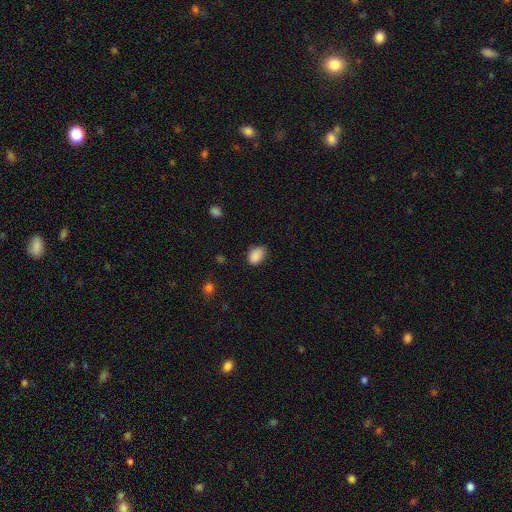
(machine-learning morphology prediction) A smooth galaxy with no disk features (88%) that is in between round and cigar-shaped (82%).

Vote fractions:
- Smooth or featured? smooth: 88% / star or artifact: 9% / featured or disk: 3%
- How rounded? in between: 82% / round: 17% / cigar-shaped: 1%
- Merging? none: 70% / minor disturbance: 24% / major disturbance: 4% / merger: 1%